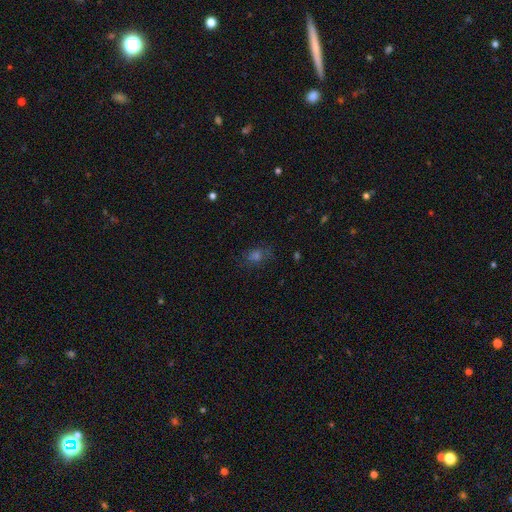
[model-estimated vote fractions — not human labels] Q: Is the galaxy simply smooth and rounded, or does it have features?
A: smooth — 52%.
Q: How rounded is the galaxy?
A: in between — 61%.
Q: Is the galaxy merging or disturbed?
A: none — 75%.